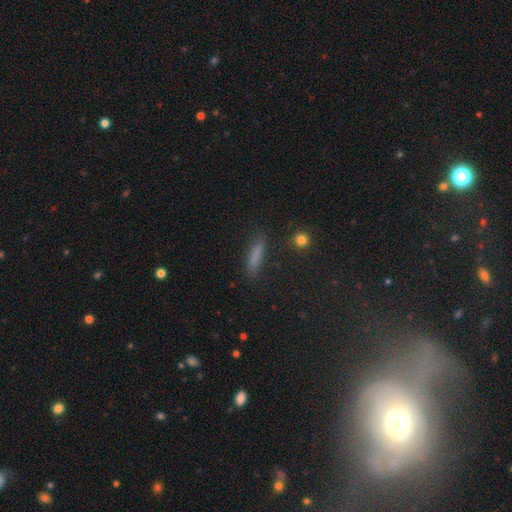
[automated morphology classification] smooth_or_featured: smooth (p=0.77) [alt: star or artifact p=0.12]
how_rounded: cigar-shaped (p=0.81) [alt: in between p=0.16]
merging: none (p=0.84) [alt: minor disturbance p=0.11]